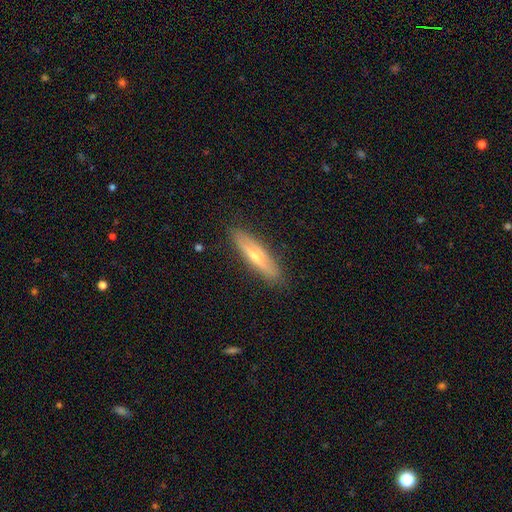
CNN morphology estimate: A featured or disk galaxy (54%) viewed edge-on (84%).

Vote fractions:
- Smooth or featured? featured or disk: 54% / smooth: 40% / star or artifact: 7%
- Edge-on disk? yes: 84% / no: 16%
- Merging? none: 87% / minor disturbance: 10% / major disturbance: 2% / merger: 1%